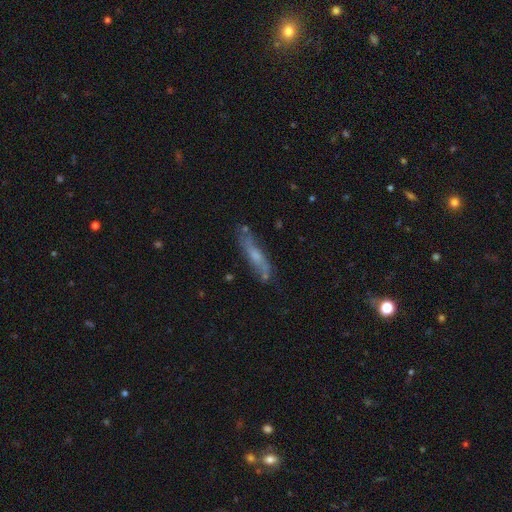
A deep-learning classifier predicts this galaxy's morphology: A featured or disk galaxy (54%) viewed edge-on (52%).

Vote fractions:
- Smooth or featured? featured or disk: 54% / smooth: 38% / star or artifact: 8%
- Edge-on disk? yes: 52% / no: 48%
- Merging? none: 66% / minor disturbance: 21% / major disturbance: 7% / merger: 6%